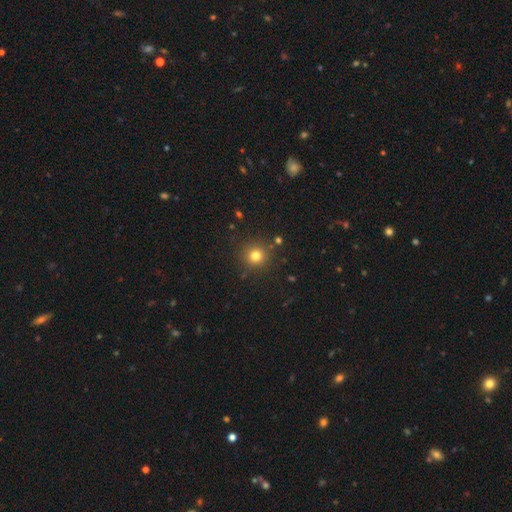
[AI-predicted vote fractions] smooth_or_featured: smooth (p=0.79) [alt: star or artifact p=0.15]
how_rounded: round (p=0.94) [alt: in between p=0.05]
merging: none (p=0.88) [alt: minor disturbance p=0.07]